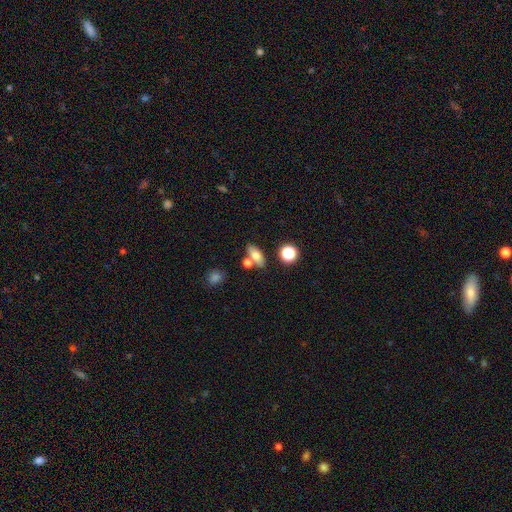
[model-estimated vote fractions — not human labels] A smooth galaxy with no disk features (72%) that is in between round and cigar-shaped (75%). Merging: none (65%).